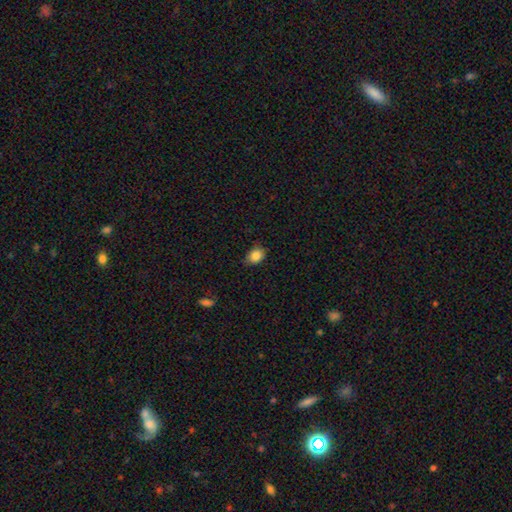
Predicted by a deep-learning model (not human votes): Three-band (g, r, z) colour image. It shows a smooth galaxy with no disk features (85%) that is in between round and cigar-shaped (66%). Merging: none (78%).